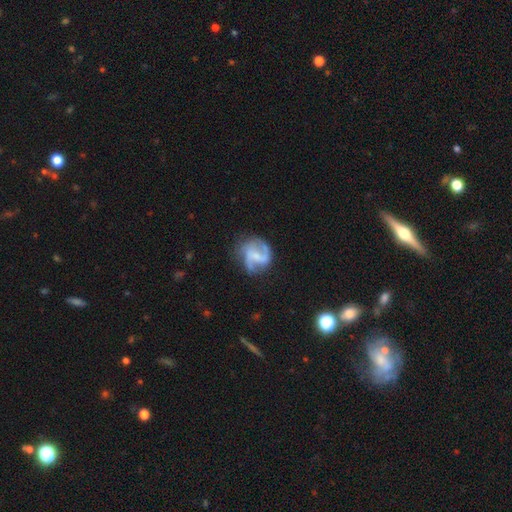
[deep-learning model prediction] This is likely a featured or disk galaxy (79%). It is clearly not viewed edge-on (98%). Bar: possibly weak (48%). Spiral arm pattern: clearly yes (93%). Spiral arm count: likely 2 (76%). Spiral winding: marginally medium (45%). Central bulge: possibly small (45%). Merging: likely none (62%).